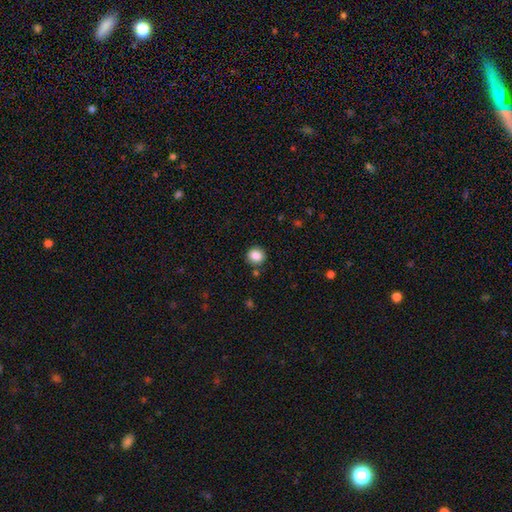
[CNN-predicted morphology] smooth_or_featured: smooth (p=0.86) [alt: star or artifact p=0.10]
how_rounded: round (p=0.87) [alt: in between p=0.12]
merging: none (p=0.87) [alt: minor disturbance p=0.07]